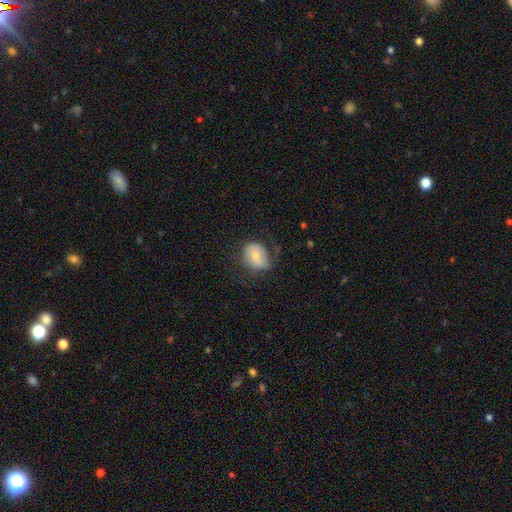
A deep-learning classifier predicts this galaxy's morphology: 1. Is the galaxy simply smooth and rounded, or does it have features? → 61% smooth, 31% featured or disk, 8% star or artifact.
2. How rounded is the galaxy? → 50% in between, 49% round, 1% cigar-shaped.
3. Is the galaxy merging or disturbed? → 53% none, 25% minor disturbance, 21% major disturbance, 2% merger.